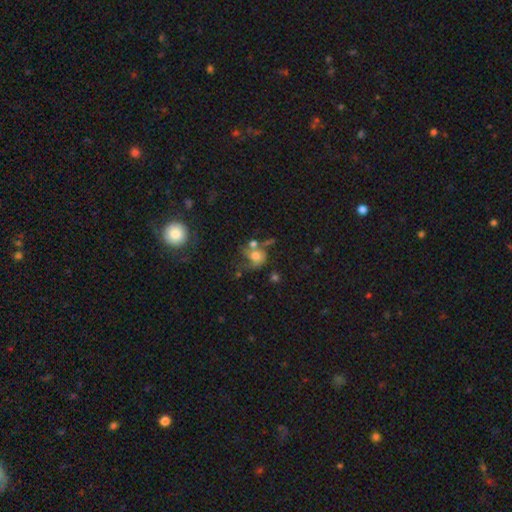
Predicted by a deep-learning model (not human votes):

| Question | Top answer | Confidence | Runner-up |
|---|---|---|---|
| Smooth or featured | smooth | 49% | featured or disk (38%) |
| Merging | none | 29% | merger (27%) |